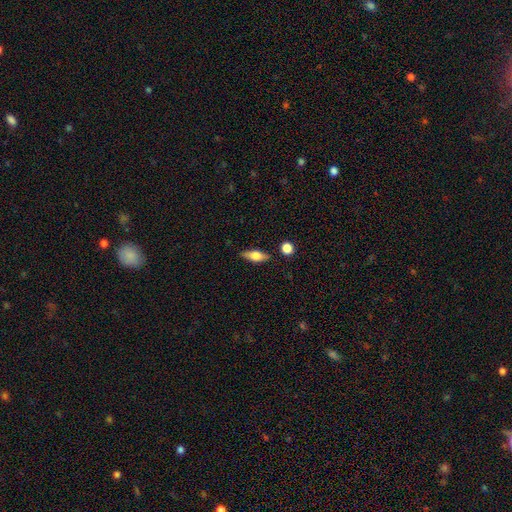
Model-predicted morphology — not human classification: smooth-or-featured: smooth: 56% | featured or disk: 36% | star or artifact: 8%
  how-rounded: in between: 66% | cigar-shaped: 29% | round: 5%
  merging: none: 82% | minor disturbance: 11% | merger: 4% | major disturbance: 3%